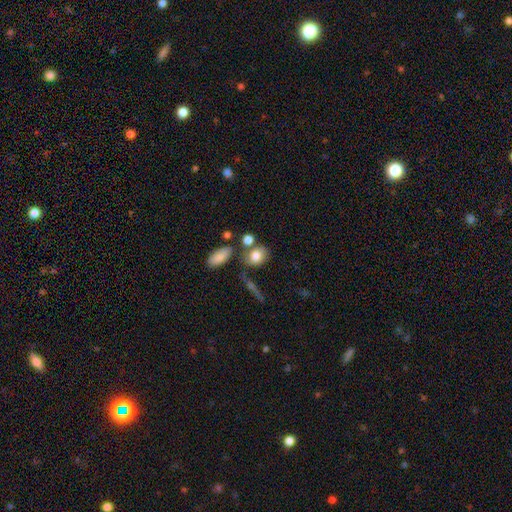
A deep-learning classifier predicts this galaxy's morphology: Smooth or featured?
  - smooth: 79% *
  - featured or disk: 12%
  - star or artifact: 9%
How rounded?
  - in between: 54% *
  - round: 43%
  - cigar-shaped: 2%
Merging?
  - none: 60% *
  - merger: 19%
  - minor disturbance: 14%
  - major disturbance: 6%